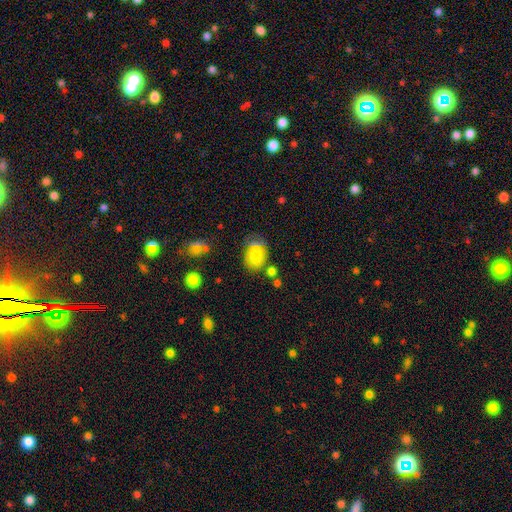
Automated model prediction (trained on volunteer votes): Morphology: type=smooth (70%); roundness=in between (79%); merging=none (56%).